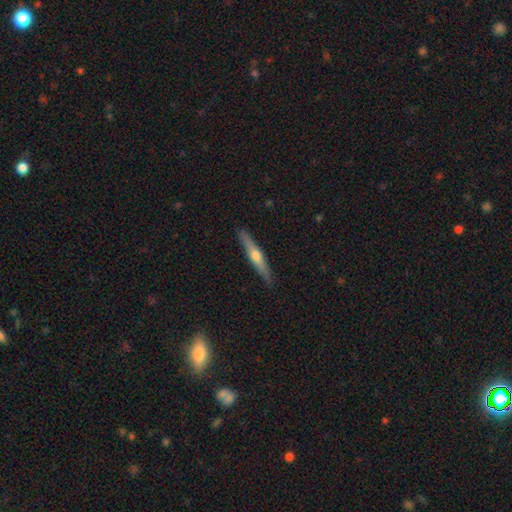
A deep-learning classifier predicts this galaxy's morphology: featured or disk 59%, smooth 36%, star or artifact 6%. Down the decision tree: edge-on disk — yes (96%); edge-on bulge — rounded (87%); merging — none (90%).